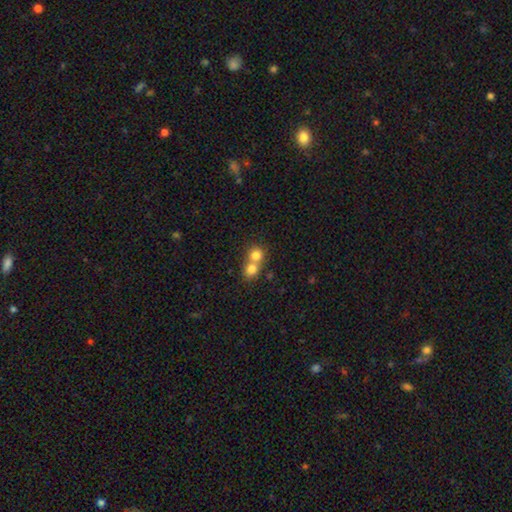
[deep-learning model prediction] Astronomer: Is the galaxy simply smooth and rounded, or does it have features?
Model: smooth — 78%.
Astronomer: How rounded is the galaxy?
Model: round — 84%.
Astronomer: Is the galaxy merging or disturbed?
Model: merger — 63%.